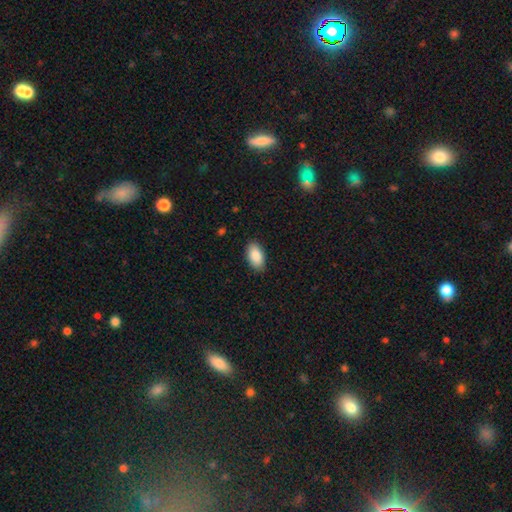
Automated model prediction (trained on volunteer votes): The model was most divided on "merging": none: 89%, minor disturbance: 8%, major disturbance: 2%, merger: 1%. More confident: how rounded — in between (95%); smooth or featured — smooth (89%).